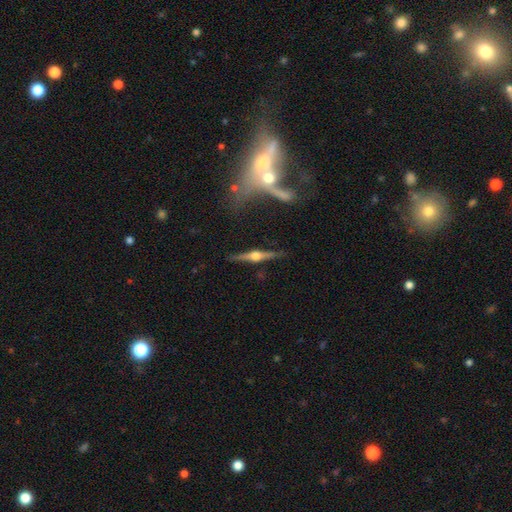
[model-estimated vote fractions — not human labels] Q: Smooth or featured?
A: featured or disk (84%); runner-up: smooth (11%)
Q: Edge-on disk?
A: yes (98%); runner-up: no (2%)
Q: Edge-on bulge?
A: rounded (95%); runner-up: boxy (3%)
Q: Merging?
A: none (87%); runner-up: minor disturbance (8%)